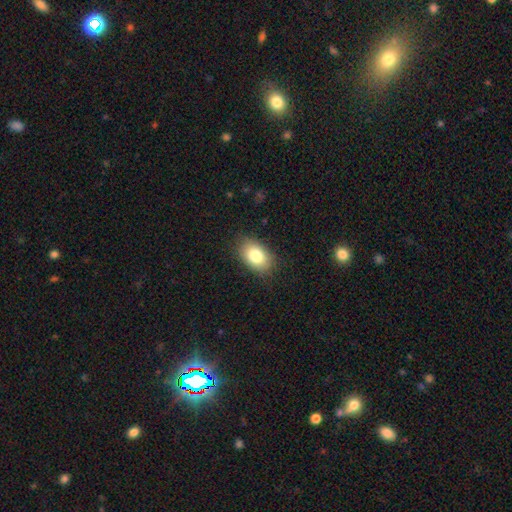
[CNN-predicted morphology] Smooth or featured? Predicted: smooth (p=0.81). How rounded? Predicted: in between (p=0.87). Merging? Predicted: none (p=0.84).